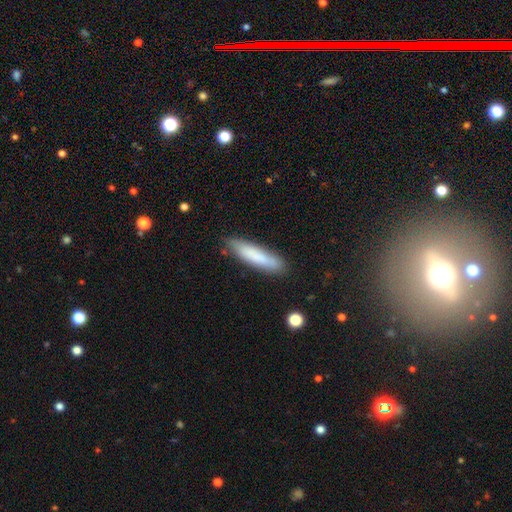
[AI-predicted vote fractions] A smooth galaxy with no disk features (76%) that is cigar-shaped (79%).

Vote fractions:
- Smooth or featured? smooth: 76% / featured or disk: 18% / star or artifact: 6%
- How rounded? cigar-shaped: 79% / in between: 20% / round: 1%
- Merging? none: 80% / minor disturbance: 15% / major disturbance: 3% / merger: 2%